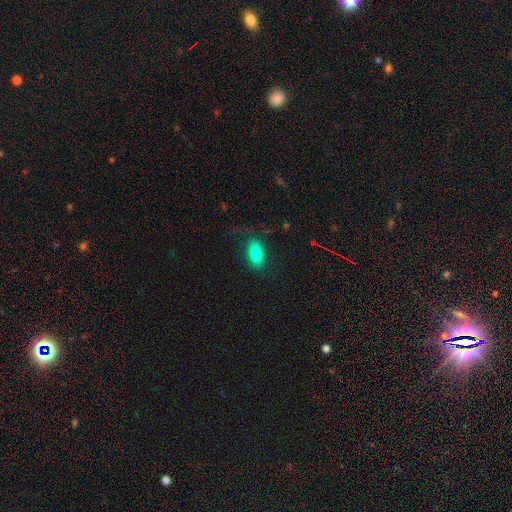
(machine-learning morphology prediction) A smooth galaxy with no disk features (82%) that is in between round and cigar-shaped (92%). Merging: none (70%).